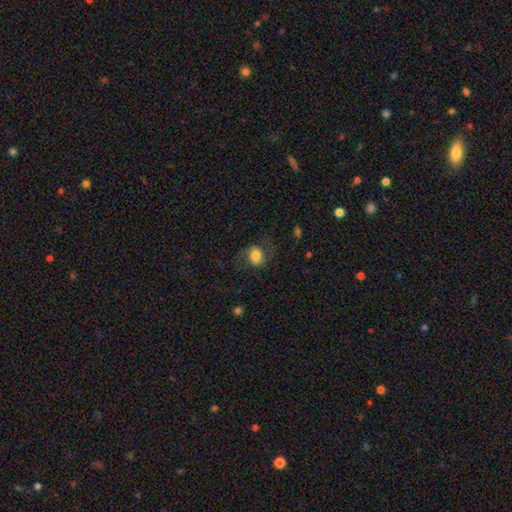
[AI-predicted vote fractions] Overall: smooth (55%; featured or disk 36%). How rounded: round (52%; in between 46%). Merging: none (64%).